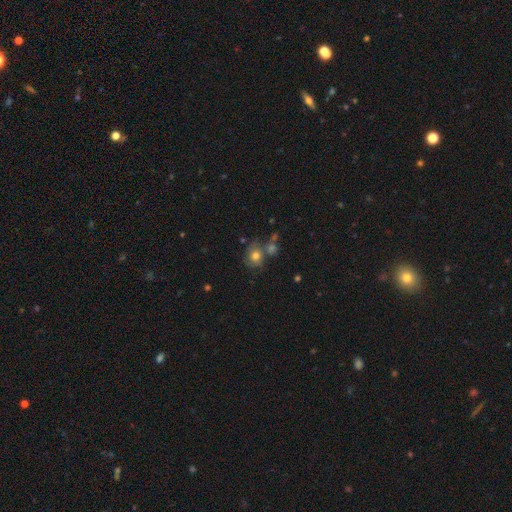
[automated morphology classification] This is likely a smooth galaxy (61%). How rounded: likely round (74%). Merging: possibly none (54%).